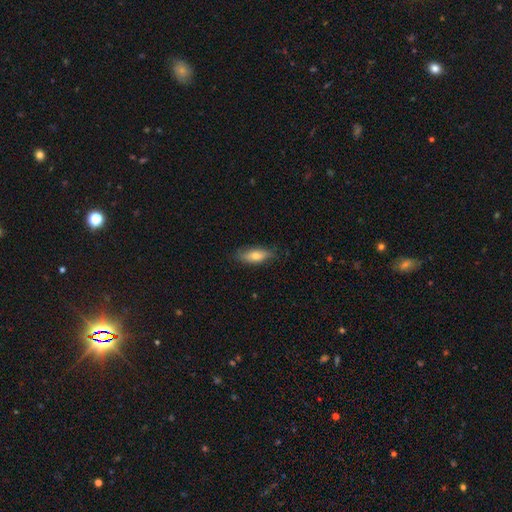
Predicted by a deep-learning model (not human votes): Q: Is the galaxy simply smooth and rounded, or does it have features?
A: smooth — 71%.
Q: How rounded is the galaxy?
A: in between — 75%.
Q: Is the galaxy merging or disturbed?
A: none — 76%.